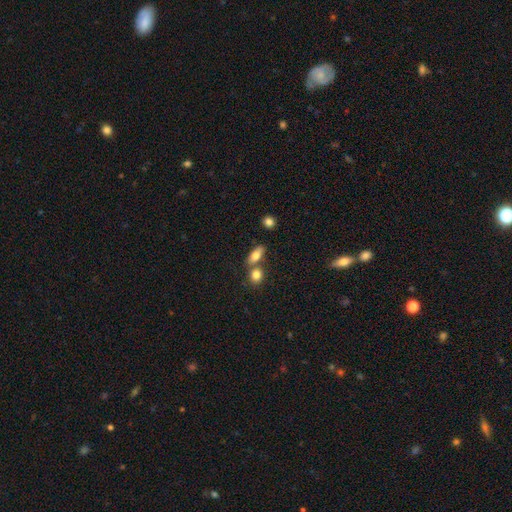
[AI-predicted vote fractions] smooth 75%, featured or disk 17%, star or artifact 8%. Down the decision tree: how rounded — in between (72%); merging — none (56%).